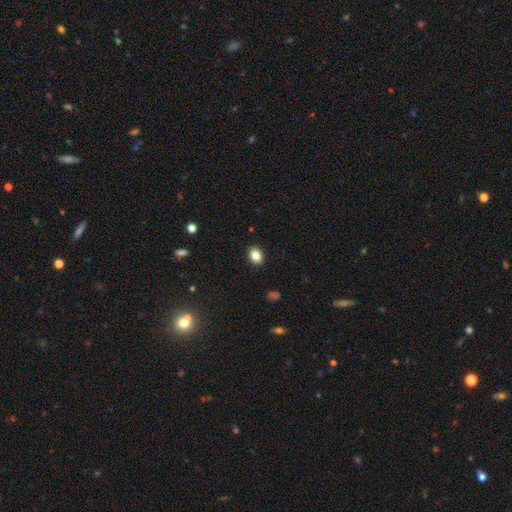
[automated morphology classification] A smooth galaxy with no disk features (85%) that is in between round and cigar-shaped (73%).

Vote fractions:
- Smooth or featured? smooth: 85% / star or artifact: 9% / featured or disk: 6%
- How rounded? in between: 73% / round: 26% / cigar-shaped: 1%
- Merging? none: 90% / minor disturbance: 7% / major disturbance: 2% / merger: 1%